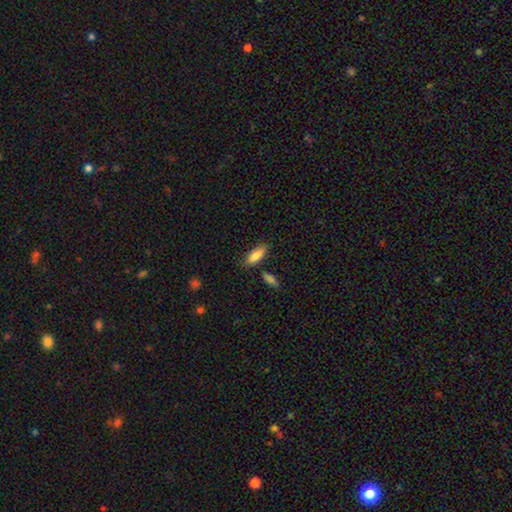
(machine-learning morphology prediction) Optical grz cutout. It shows a smooth galaxy with no disk features (81%) that is in between round and cigar-shaped (66%). Merging: none (73%).